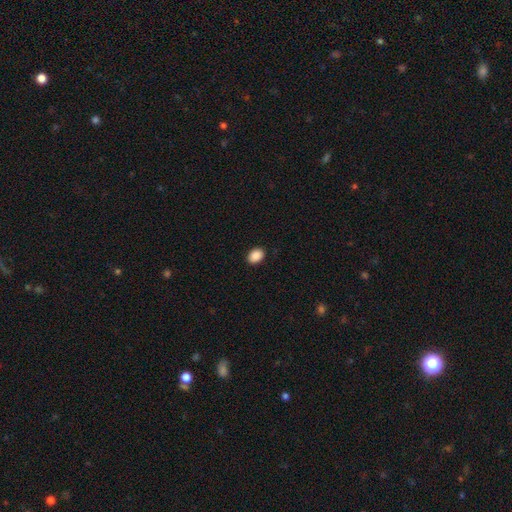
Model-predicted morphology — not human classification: This is clearly a smooth galaxy (89%). How rounded: likely in between (69%). Merging: clearly none (91%).